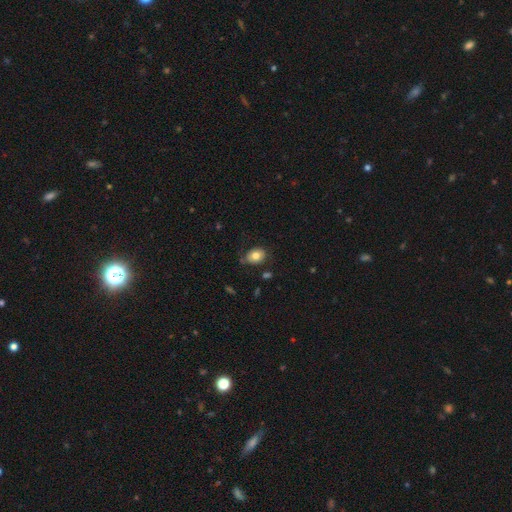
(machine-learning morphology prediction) Q: Smooth or featured?
A: smooth (76%); runner-up: featured or disk (15%)
Q: How rounded?
A: in between (63%); runner-up: round (36%)
Q: Merging?
A: none (69%); runner-up: minor disturbance (21%)